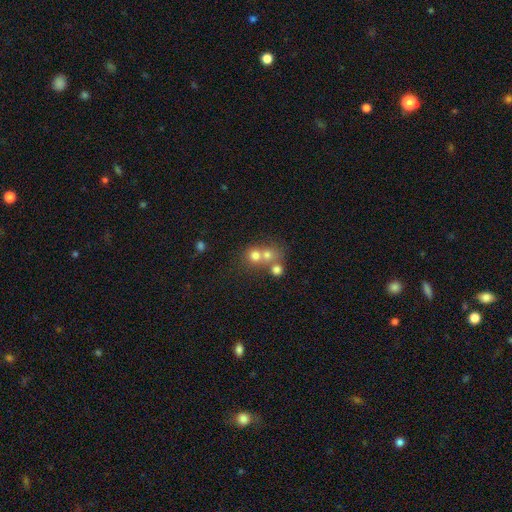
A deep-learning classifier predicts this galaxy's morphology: A smooth galaxy with no disk features (68%) that is round (82%). Merging: merger (53%).